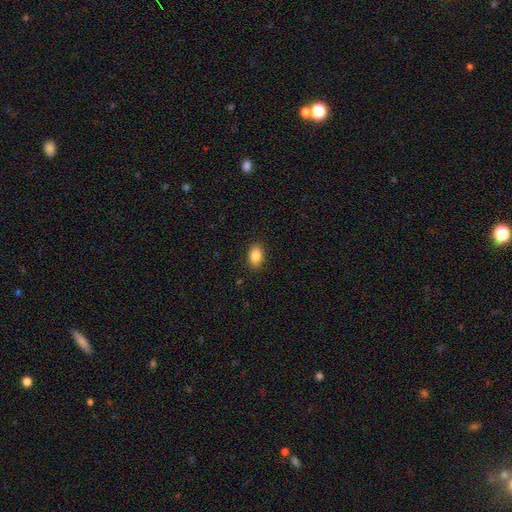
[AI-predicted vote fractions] Smooth or featured? Predicted: smooth (p=0.86). How rounded? Predicted: in between (p=0.87). Merging? Predicted: none (p=0.89).